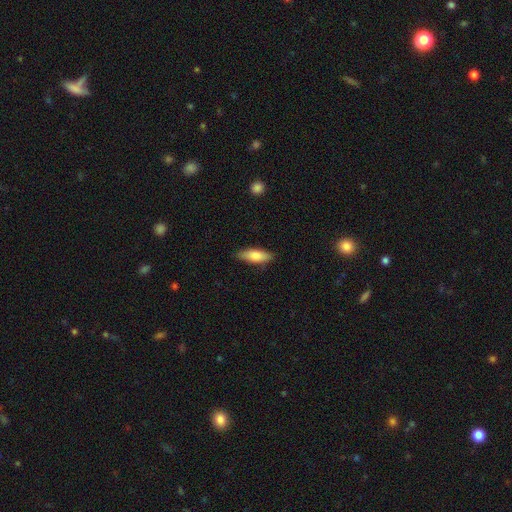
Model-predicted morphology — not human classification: Smooth or featured: smooth — 79% (featured or disk — 15%)
How rounded: in between — 59% (cigar-shaped — 39%)
Merging: none — 85% (minor disturbance — 12%)